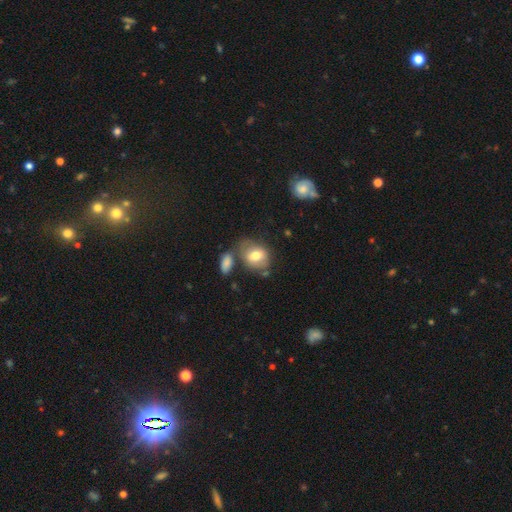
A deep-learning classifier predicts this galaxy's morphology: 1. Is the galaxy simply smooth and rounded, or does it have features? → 70% smooth, 22% featured or disk, 8% star or artifact.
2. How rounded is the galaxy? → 57% in between, 42% round, 1% cigar-shaped.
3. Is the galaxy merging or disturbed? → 50% none, 21% minor disturbance, 21% merger, 8% major disturbance.